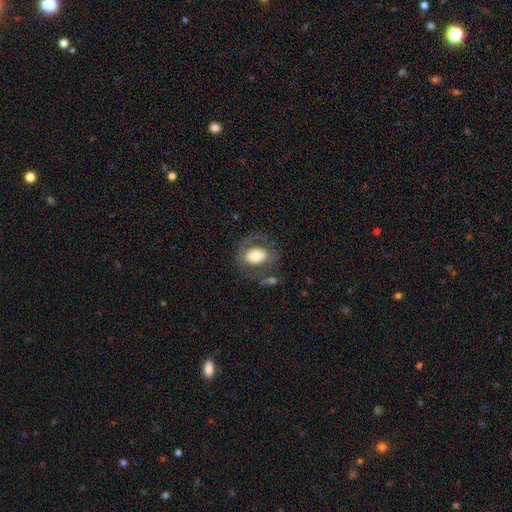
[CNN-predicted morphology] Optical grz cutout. It shows a smooth galaxy with no disk features (51%) that is in between round and cigar-shaped (68%). Merging: none (59%).